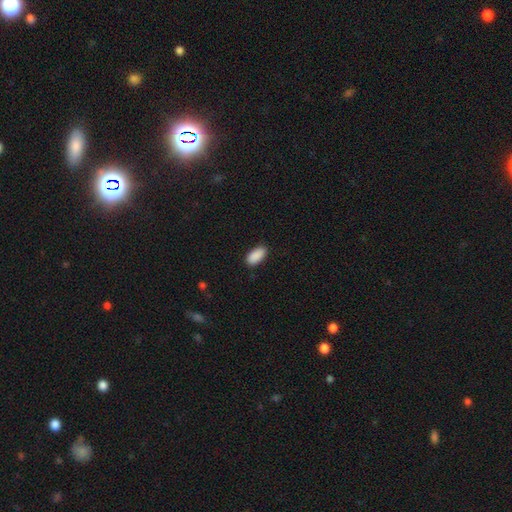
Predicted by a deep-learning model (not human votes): A smooth galaxy with no disk features (91%) that is in between round and cigar-shaped (94%).

Vote fractions:
- Smooth or featured? smooth: 91% / star or artifact: 7% / featured or disk: 2%
- How rounded? in between: 94% / cigar-shaped: 4% / round: 2%
- Merging? none: 88% / minor disturbance: 9% / major disturbance: 2% / merger: 1%